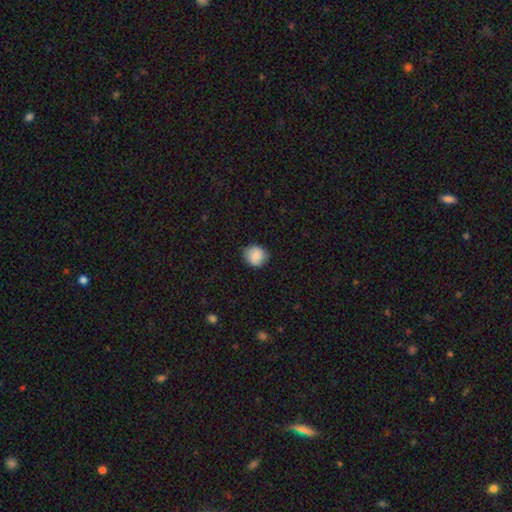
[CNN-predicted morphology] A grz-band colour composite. It shows a smooth galaxy with no disk features (87%) that is round (85%). Merging: none (85%).